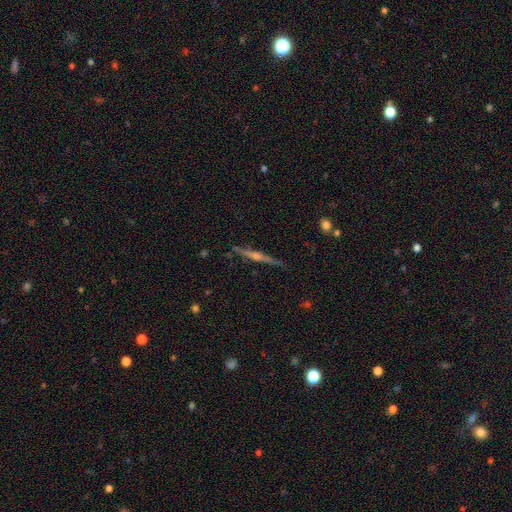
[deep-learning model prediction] This appears to be a featured or disk galaxy (77%) viewed edge-on (98%) with a rounded central bulge (74%). Merging: none (88%).